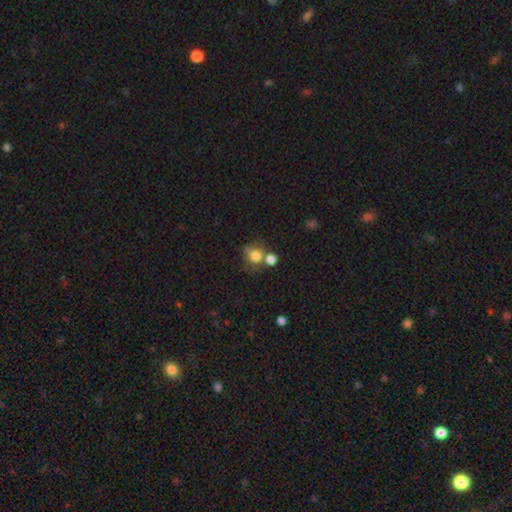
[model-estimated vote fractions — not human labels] Morphology: type=smooth (78%); roundness=round (84%); merging=none (48%).